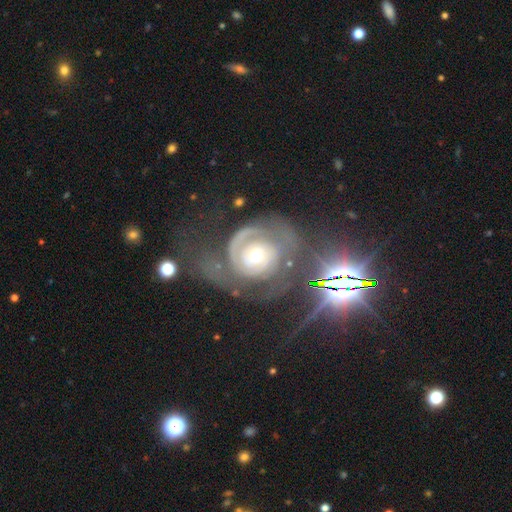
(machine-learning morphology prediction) Smooth or featured: featured or disk — 80% (star or artifact — 11%)
Edge-on disk: no — 97% (yes — 3%)
Bar: no — 75% (weak — 18%)
Spiral arms: yes — 88% (no — 12%)
Spiral winding: tight — 59% (medium — 30%)
Spiral arm count: 2 — 39% (can't tell — 24%)
Bulge size: small — 51% (moderate — 44%)
Merging: none — 43% (major disturbance — 33%)